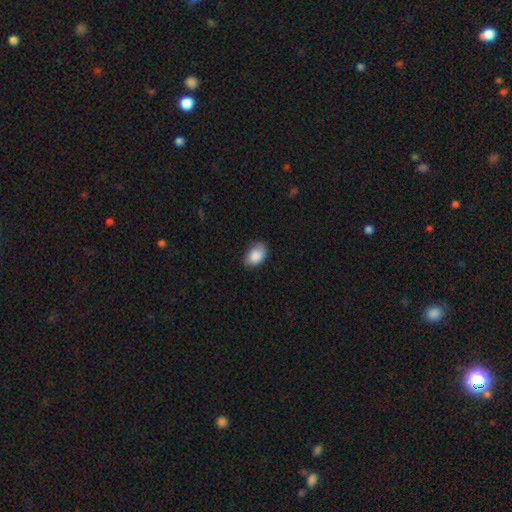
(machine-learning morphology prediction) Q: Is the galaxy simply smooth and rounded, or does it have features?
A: smooth — 87%.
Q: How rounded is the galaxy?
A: in between — 88%.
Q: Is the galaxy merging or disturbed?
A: none — 73%.